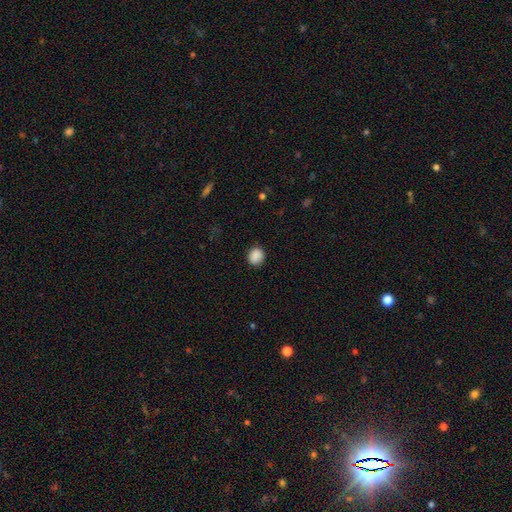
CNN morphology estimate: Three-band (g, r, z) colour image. It shows a smooth galaxy with no disk features (89%) that is round (70%). Merging: none (86%).